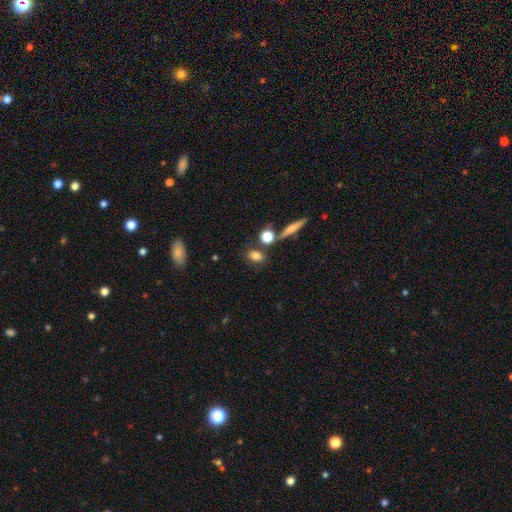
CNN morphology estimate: Q: Smooth or featured?
A: smooth (78%); runner-up: featured or disk (11%)
Q: How rounded?
A: in between (71%); runner-up: round (21%)
Q: Merging?
A: none (70%); runner-up: merger (14%)